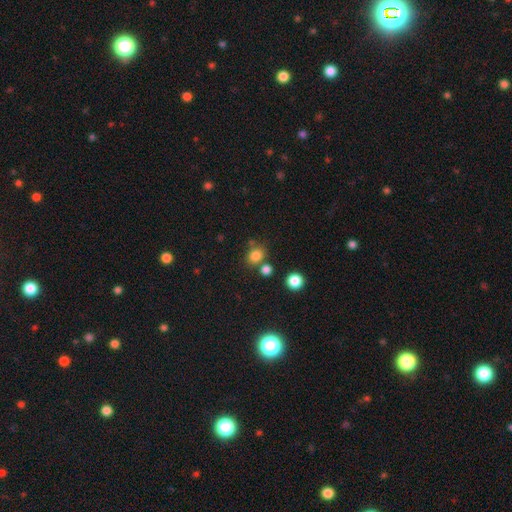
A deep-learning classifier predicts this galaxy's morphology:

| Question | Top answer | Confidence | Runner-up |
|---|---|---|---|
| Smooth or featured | smooth | 80% | star or artifact (14%) |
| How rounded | round | 63% | in between (36%) |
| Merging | none | 69% | merger (16%) |